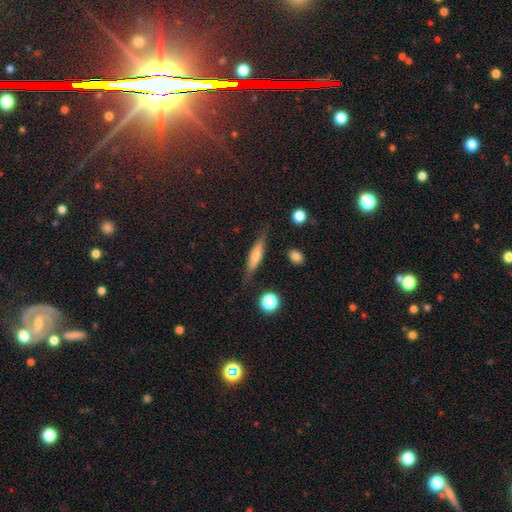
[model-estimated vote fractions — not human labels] Q: Smooth or featured?
A: smooth (57%); runner-up: featured or disk (35%)
Q: How rounded?
A: cigar-shaped (80%); runner-up: in between (17%)
Q: Merging?
A: none (81%); runner-up: minor disturbance (14%)